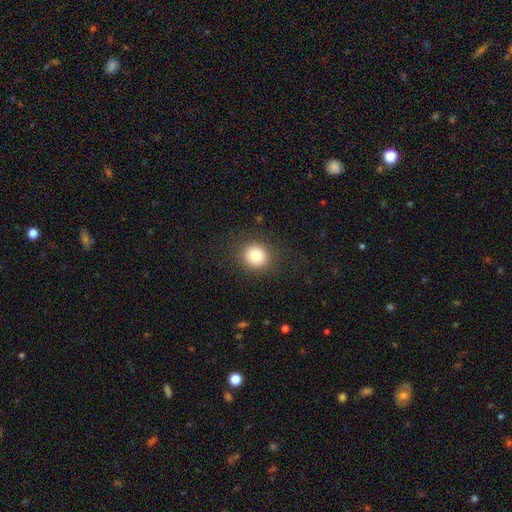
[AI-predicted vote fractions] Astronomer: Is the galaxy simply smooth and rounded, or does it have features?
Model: smooth — 80%.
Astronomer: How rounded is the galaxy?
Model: round — 89%.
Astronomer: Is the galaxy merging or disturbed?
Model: none — 88%.